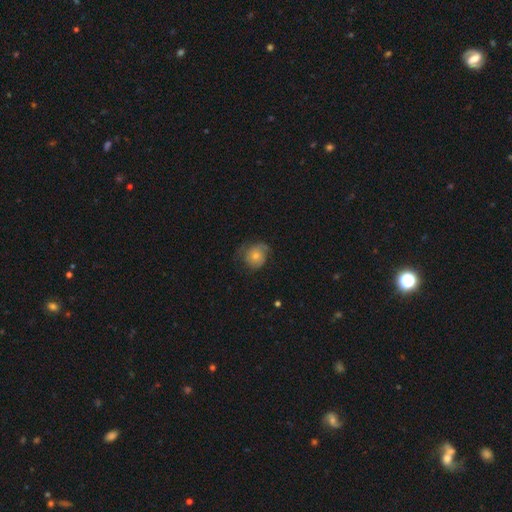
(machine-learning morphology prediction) Q: Smooth or featured?
A: smooth (63%); runner-up: featured or disk (29%)
Q: How rounded?
A: round (76%); runner-up: in between (23%)
Q: Merging?
A: none (52%); runner-up: minor disturbance (29%)